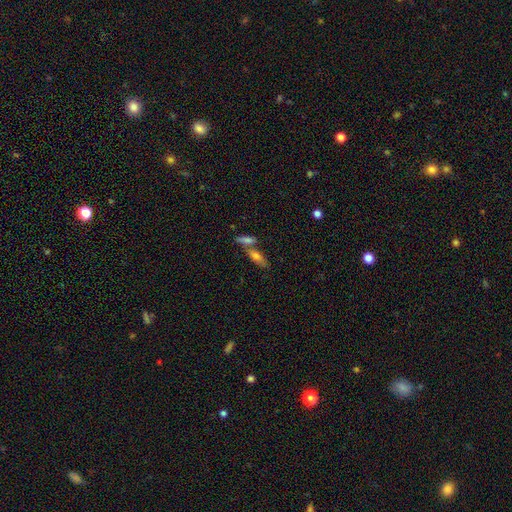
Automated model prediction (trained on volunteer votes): smooth_or_featured: smooth (p=0.61) [alt: featured or disk p=0.29]
how_rounded: in between (p=0.56) [alt: cigar-shaped p=0.41]
merging: none (p=0.44) [alt: merger p=0.43]